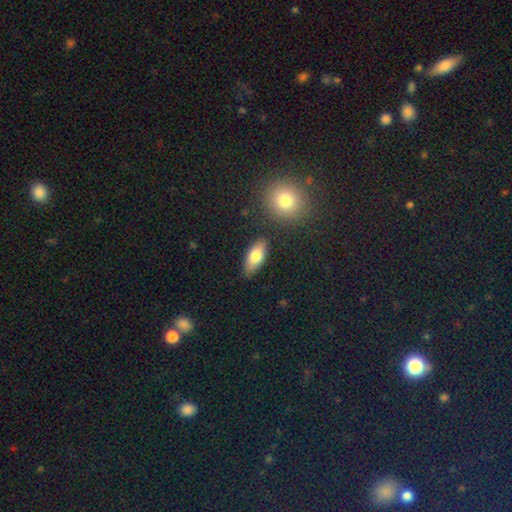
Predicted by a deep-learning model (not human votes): This appears to be a smooth galaxy with no disk features (77%) that is in between round and cigar-shaped (83%). Merging: none (82%).